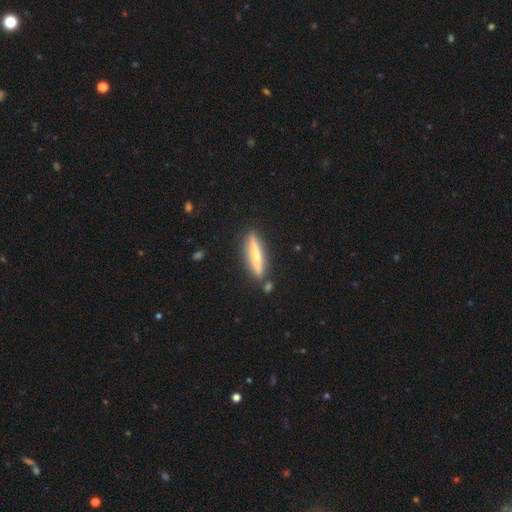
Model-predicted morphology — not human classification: This is possibly a featured or disk galaxy (49%). Merging: clearly none (85%).